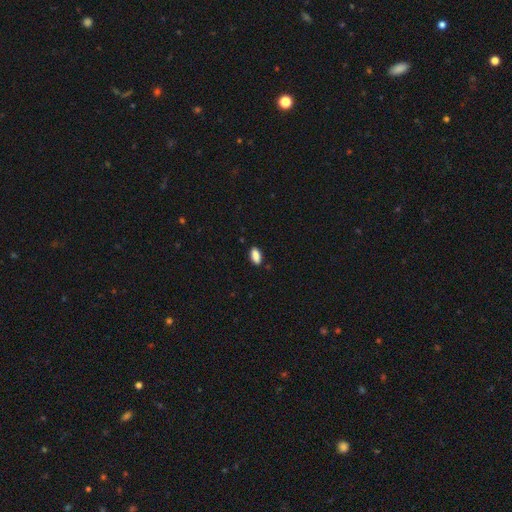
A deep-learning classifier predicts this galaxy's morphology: Smooth or featured? Predicted: smooth (p=0.89). How rounded? Predicted: in between (p=0.90). Merging? Predicted: none (p=0.87).